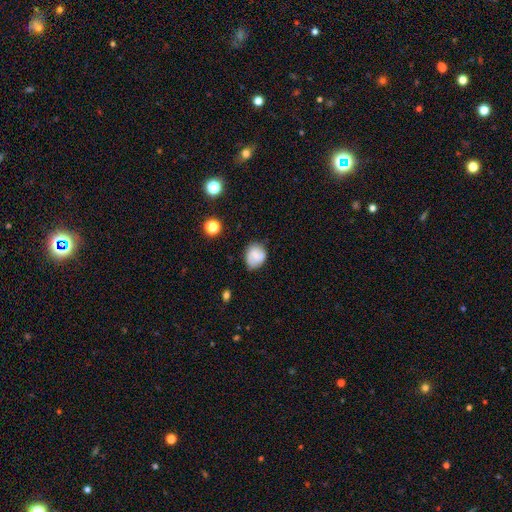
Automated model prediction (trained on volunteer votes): Smooth or featured? smooth (64%)
How rounded? round (60%)
Merging? none (70%)